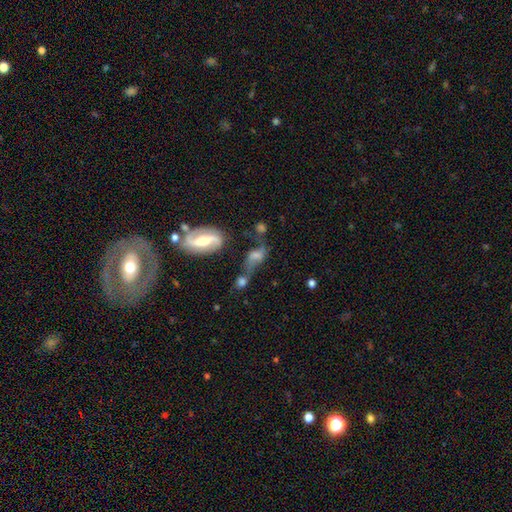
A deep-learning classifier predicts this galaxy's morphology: Q: Smooth or featured?
A: featured or disk (59%); runner-up: smooth (27%)
Q: Edge-on disk?
A: no (85%); runner-up: yes (15%)
Q: Bar?
A: no (41%); runner-up: weak (39%)
Q: Spiral arms?
A: yes (78%); runner-up: no (22%)
Q: Bulge size?
A: moderate (41%); runner-up: small (28%)
Q: Merging?
A: none (38%); runner-up: merger (22%)